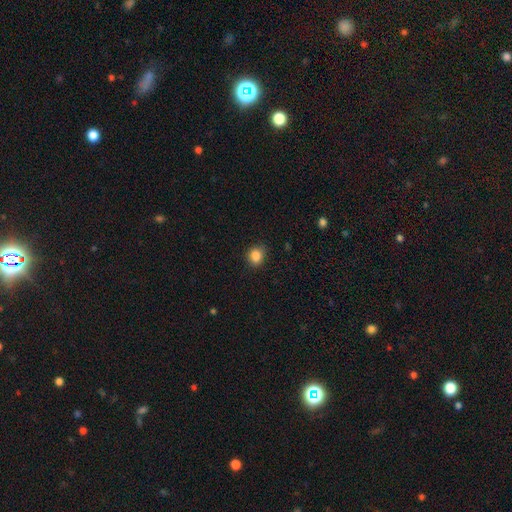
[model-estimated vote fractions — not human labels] Smooth or featured?
  - smooth: 86% *
  - star or artifact: 10%
  - featured or disk: 3%
How rounded?
  - round: 66% *
  - in between: 33%
  - cigar-shaped: 1%
Merging?
  - none: 83% *
  - minor disturbance: 13%
  - major disturbance: 3%
  - merger: 1%